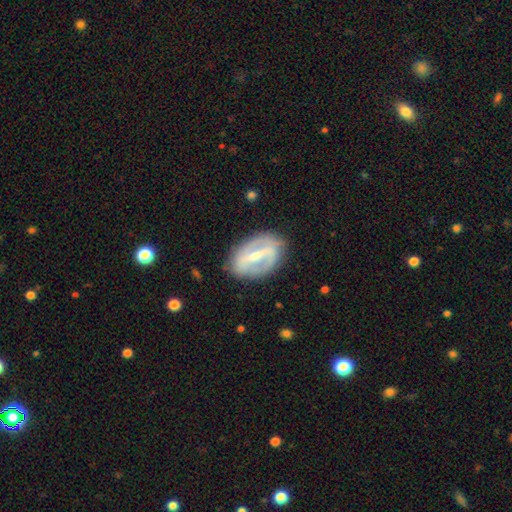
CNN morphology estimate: type=featured or disk (75%); edge-on=no (92%); bar=strong (71%); spiral arms=yes (60%); bulge=small (52%); merging=none (79%).